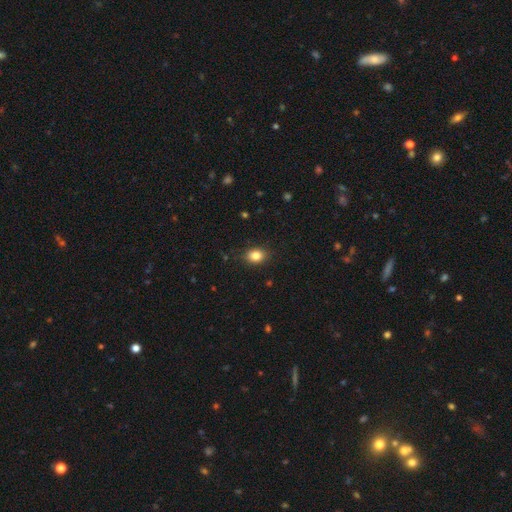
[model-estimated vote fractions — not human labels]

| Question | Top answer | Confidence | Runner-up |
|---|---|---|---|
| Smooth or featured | smooth | 84% | star or artifact (10%) |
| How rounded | in between | 64% | round (34%) |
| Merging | none | 86% | minor disturbance (10%) |